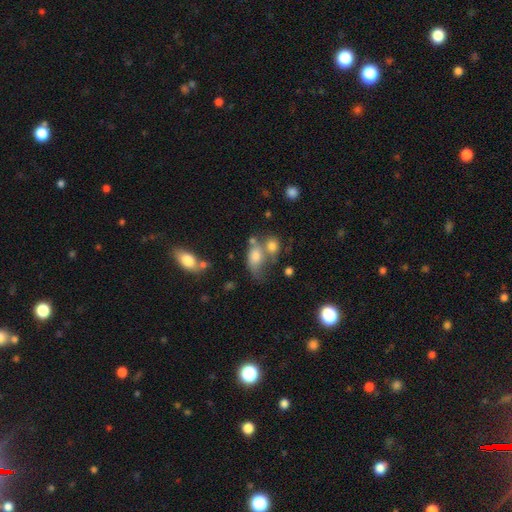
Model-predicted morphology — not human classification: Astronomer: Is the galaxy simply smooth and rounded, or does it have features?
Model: smooth — 71%.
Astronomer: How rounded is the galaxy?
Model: in between — 82%.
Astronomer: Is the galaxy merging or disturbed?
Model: merger — 39% (runner-up: none, 29%).